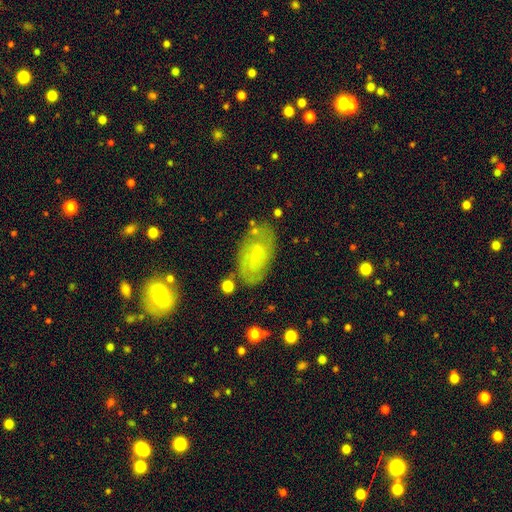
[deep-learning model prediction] Smooth or featured?
  - featured or disk: 52% *
  - smooth: 39%
  - star or artifact: 9%
Edge-on disk?
  - no: 95% *
  - yes: 5%
Merging?
  - none: 69% *
  - minor disturbance: 20%
  - major disturbance: 8%
  - merger: 4%